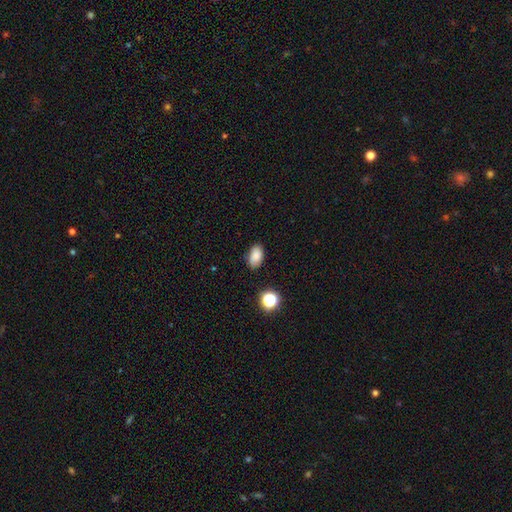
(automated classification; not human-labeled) smooth_or_featured: smooth (p=0.84) [alt: star or artifact p=0.11]
how_rounded: in between (p=0.90) [alt: round p=0.08]
merging: none (p=0.81) [alt: minor disturbance p=0.14]